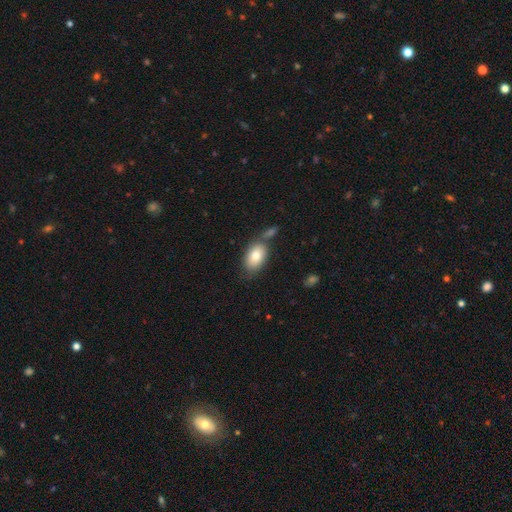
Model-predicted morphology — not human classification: Smooth or featured? Predicted: smooth (p=0.79). How rounded? Predicted: in between (p=0.89). Merging? Predicted: none (p=0.62).